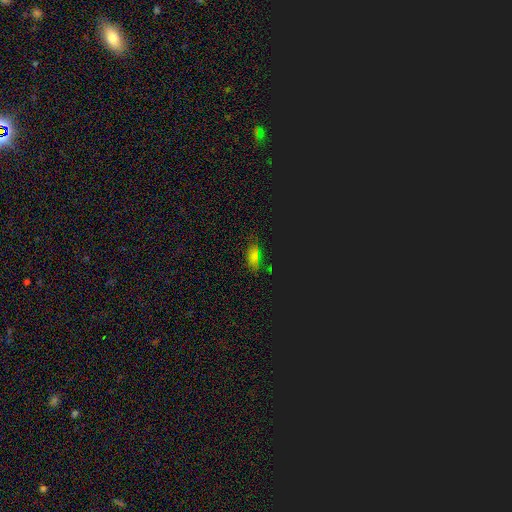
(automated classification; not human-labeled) smooth 49%, star or artifact 42%, featured or disk 9%. Down the decision tree: merging — none (72%).